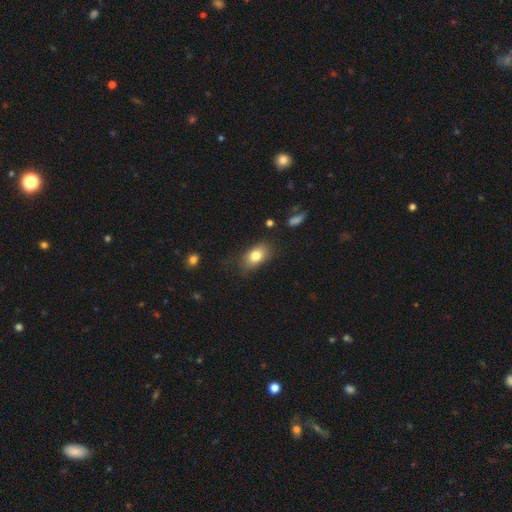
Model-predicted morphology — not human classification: smooth-or-featured: smooth: 79% | featured or disk: 12% | star or artifact: 9%
  how-rounded: in between: 85% | round: 12% | cigar-shaped: 3%
  merging: none: 76% | minor disturbance: 17% | major disturbance: 5% | merger: 2%